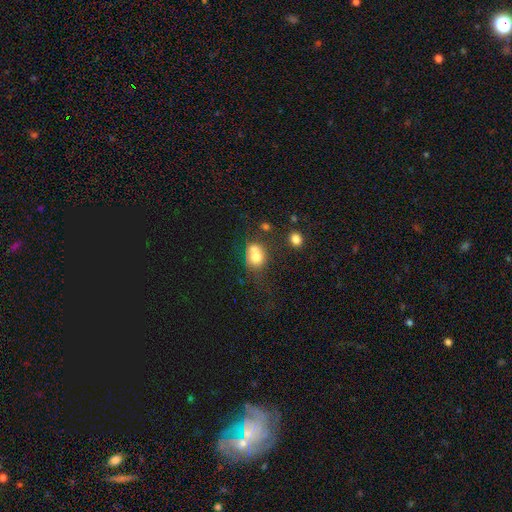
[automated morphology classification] Smooth or featured: smooth — 70% (featured or disk — 19%)
How rounded: round — 52% (in between — 47%)
Merging: merger — 40% (none — 31%)